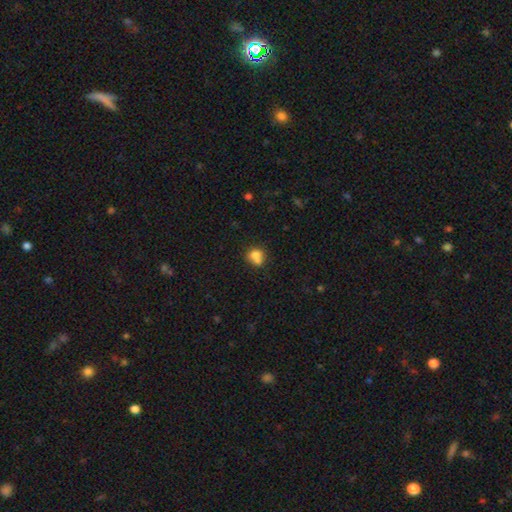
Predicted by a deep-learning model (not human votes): smooth-or-featured: smooth: 76% | featured or disk: 14% | star or artifact: 11%
  how-rounded: round: 72% | in between: 27% | cigar-shaped: 1%
  merging: merger: 42% | none: 40% | minor disturbance: 13% | major disturbance: 5%